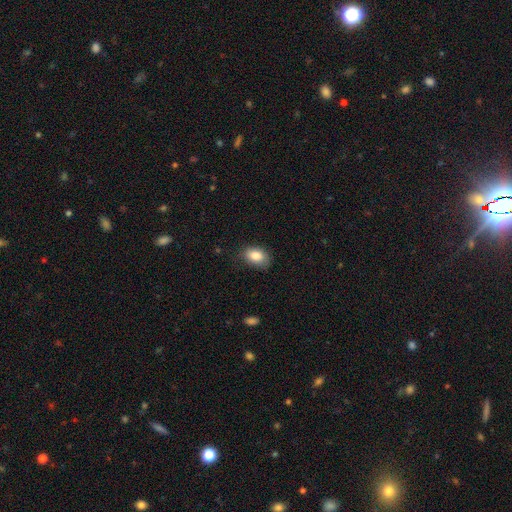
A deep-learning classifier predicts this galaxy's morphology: smooth_or_featured: smooth (p=0.85) [alt: star or artifact p=0.08]
how_rounded: in between (p=0.84) [alt: round p=0.15]
merging: none (p=0.75) [alt: minor disturbance p=0.20]